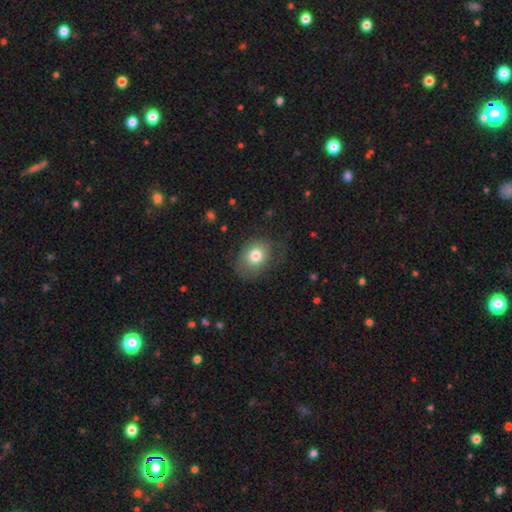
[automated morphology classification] A smooth galaxy with no disk features (78%) that is in between round and cigar-shaped (61%).

Vote fractions:
- Smooth or featured? smooth: 78% / featured or disk: 13% / star or artifact: 9%
- How rounded? in between: 61% / round: 38% / cigar-shaped: 1%
- Merging? none: 67% / minor disturbance: 21% / major disturbance: 10% / merger: 1%